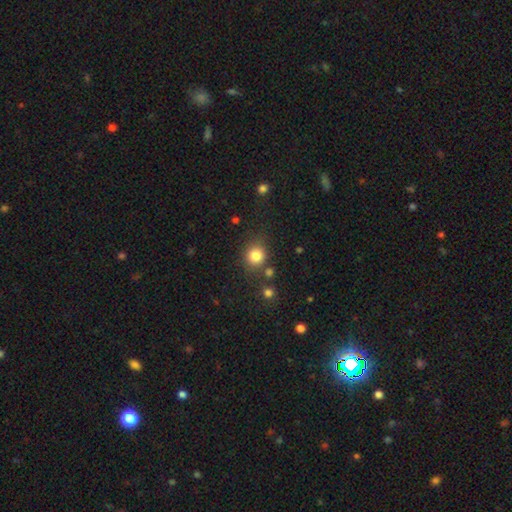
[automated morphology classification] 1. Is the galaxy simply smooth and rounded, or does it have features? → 82% smooth, 12% star or artifact, 6% featured or disk.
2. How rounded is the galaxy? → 86% round, 13% in between, 1% cigar-shaped.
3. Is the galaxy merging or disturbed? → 78% none, 11% minor disturbance, 7% merger, 4% major disturbance.